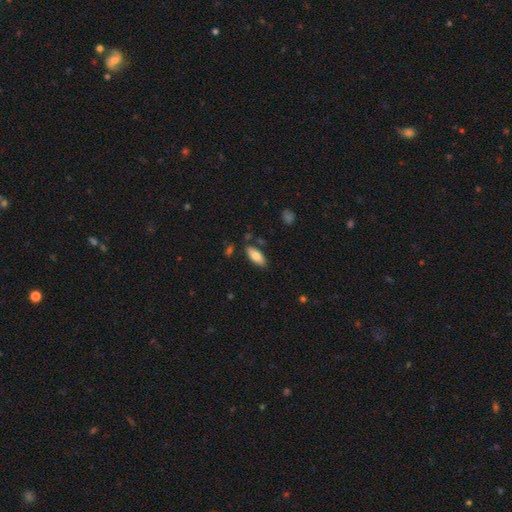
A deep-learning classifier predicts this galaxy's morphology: This is likely a smooth galaxy (79%). How rounded: clearly in between (84%). Merging: clearly none (83%).